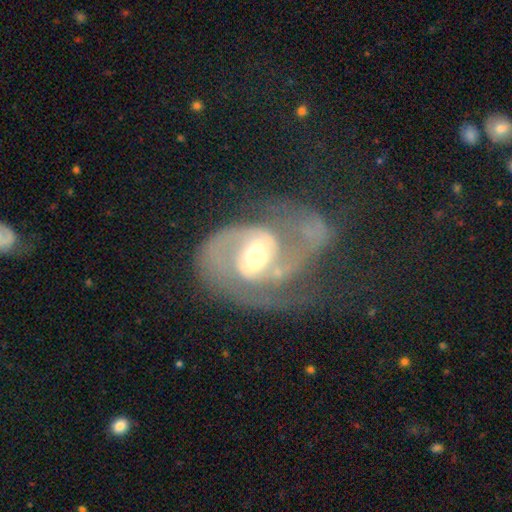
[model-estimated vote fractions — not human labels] The model was most divided on "merging": none: 37%, major disturbance: 36%, minor disturbance: 19%, merger: 9%. Remaining: edge-on disk — no (97%); spiral arms — yes (95%); smooth or featured — featured or disk (88%); spiral arm count — 2 (65%); bulge size — moderate (63%); bar — weak (49%); spiral winding — medium (44%).